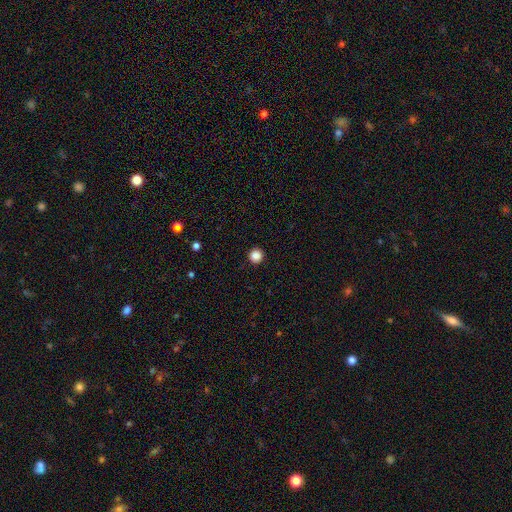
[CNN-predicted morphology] The model was most divided on "smooth or featured": smooth: 87%, star or artifact: 11%, featured or disk: 3%. More confident: how rounded — round (96%); merging — none (93%).